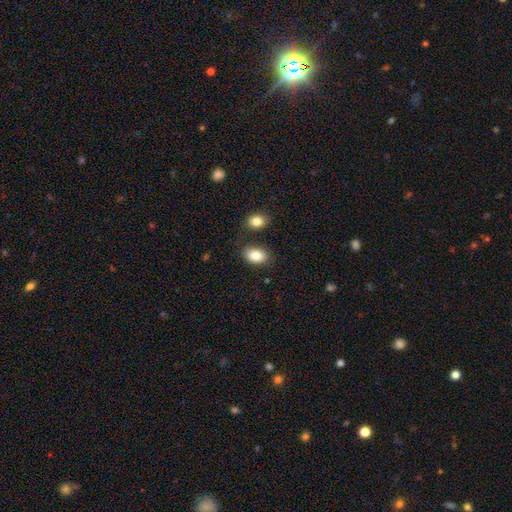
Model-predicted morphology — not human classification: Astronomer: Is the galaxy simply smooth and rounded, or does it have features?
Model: smooth — 83%.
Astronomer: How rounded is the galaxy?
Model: in between — 86%.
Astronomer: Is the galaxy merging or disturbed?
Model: none — 76%.